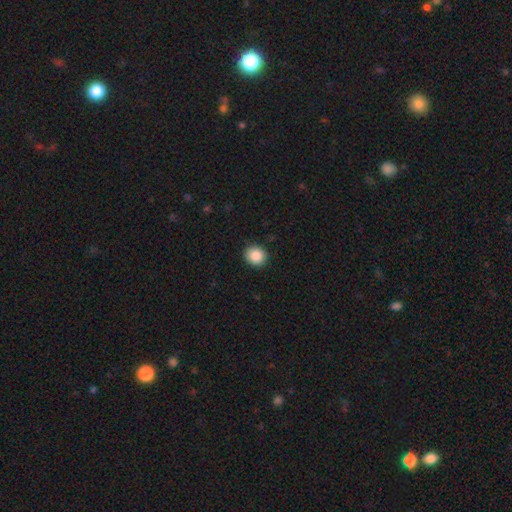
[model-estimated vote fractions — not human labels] Q: Smooth or featured?
A: smooth (87%); runner-up: star or artifact (9%)
Q: How rounded?
A: round (80%); runner-up: in between (19%)
Q: Merging?
A: none (91%); runner-up: minor disturbance (6%)